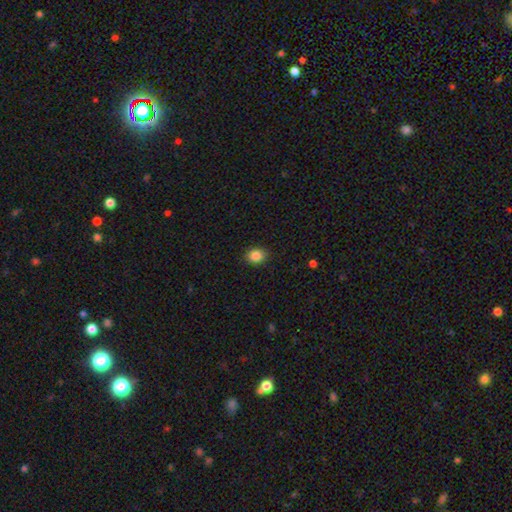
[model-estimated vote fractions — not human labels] A smooth galaxy with no disk features (86%) that is round (57%). Merging: none (89%).